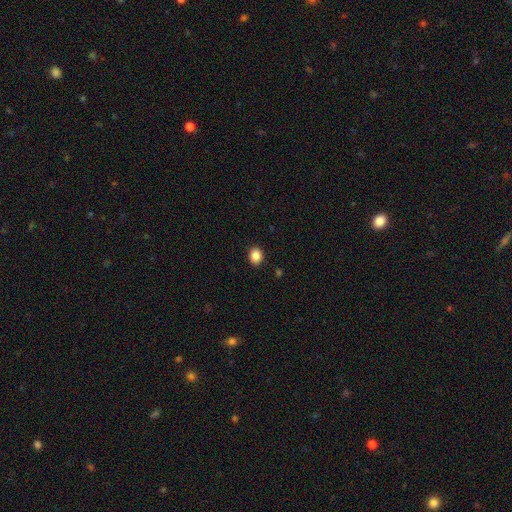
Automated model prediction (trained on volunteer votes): Q: Smooth or featured?
A: smooth (87%); runner-up: star or artifact (9%)
Q: How rounded?
A: round (55%); runner-up: in between (44%)
Q: Merging?
A: none (90%); runner-up: minor disturbance (7%)